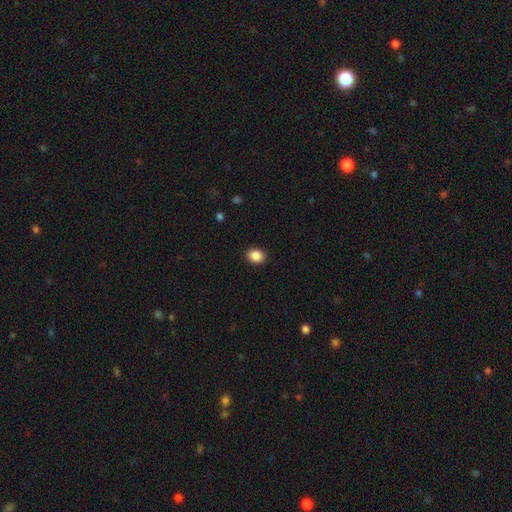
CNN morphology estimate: Overall: smooth (88%). How rounded: round (55%; in between 44%). Merging: none (90%).